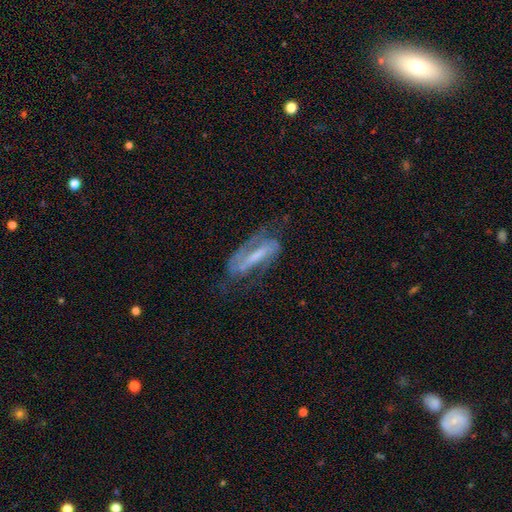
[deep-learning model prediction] This is likely a featured or disk galaxy (77%). It is clearly not viewed edge-on (84%). Bar: possibly strong (55%). Spiral arm pattern: clearly yes (87%). Spiral arm count: likely 2 (74%). Spiral winding: possibly medium (45%). Central bulge: marginally small (39%). Merging: possibly none (56%).